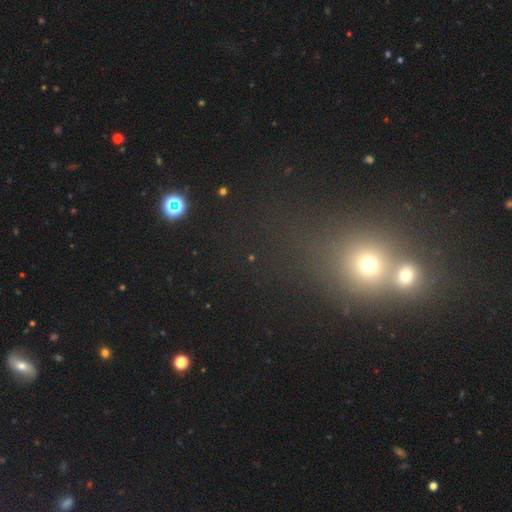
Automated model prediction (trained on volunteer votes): Smooth or featured? Predicted: star or artifact (p=0.52).